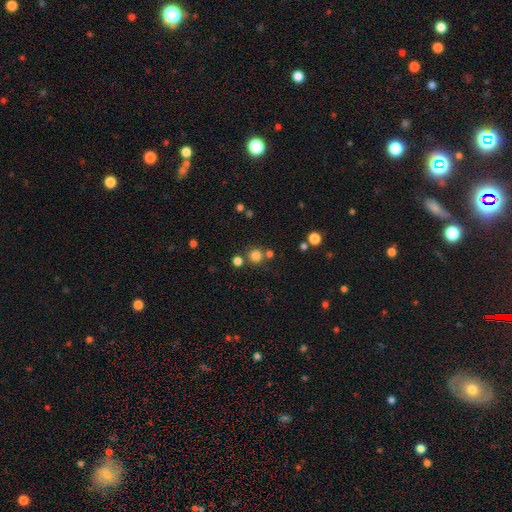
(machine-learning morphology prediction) Smooth or featured? smooth (78%)
How rounded? round (92%)
Merging? none (74%)